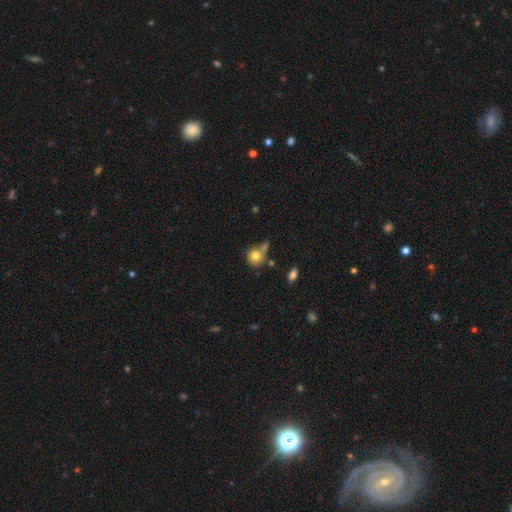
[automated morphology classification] This is likely a smooth galaxy (79%). How rounded: clearly round (83%). Merging: possibly none (53%).